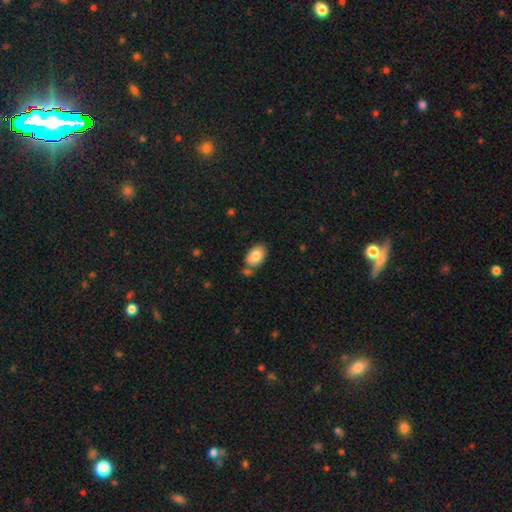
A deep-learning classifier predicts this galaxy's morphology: Smooth or featured: smooth — 82% (featured or disk — 11%)
How rounded: in between — 87% (round — 12%)
Merging: none — 69% (minor disturbance — 15%)